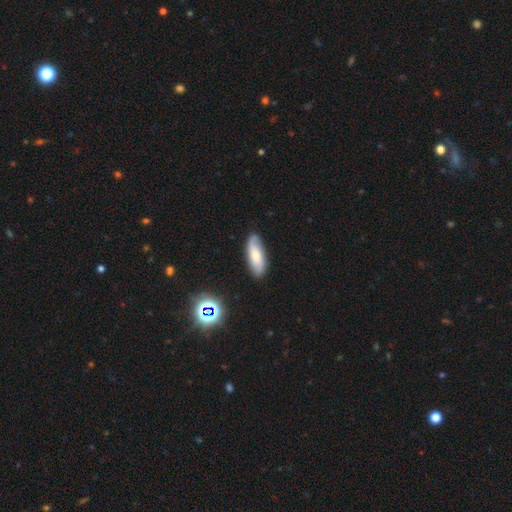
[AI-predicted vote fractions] A smooth galaxy with no disk features (58%) that is in between round and cigar-shaped (68%). Merging: none (81%).